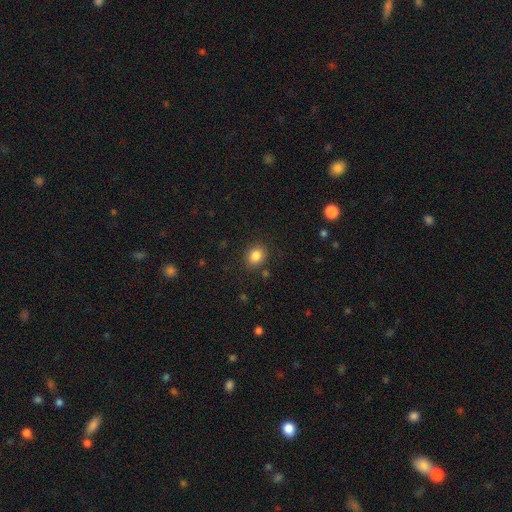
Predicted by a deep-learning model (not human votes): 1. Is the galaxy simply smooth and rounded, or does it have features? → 84% smooth, 10% star or artifact, 6% featured or disk.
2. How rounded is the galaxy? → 65% round, 34% in between, 1% cigar-shaped.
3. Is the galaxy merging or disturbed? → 87% none, 8% minor disturbance, 3% major disturbance, 2% merger.